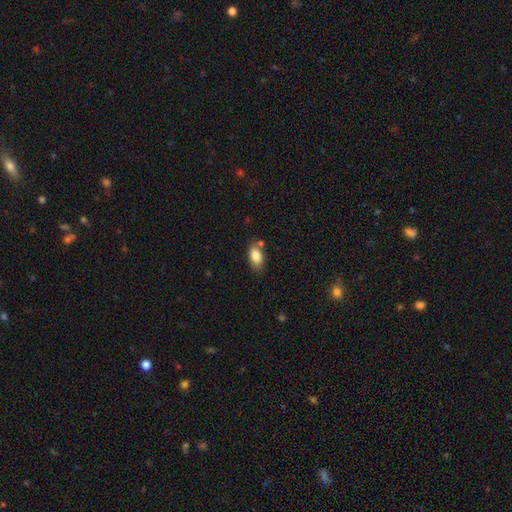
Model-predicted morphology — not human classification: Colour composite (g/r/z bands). It shows a smooth galaxy with no disk features (85%) that is in between round and cigar-shaped (89%). Merging: none (70%).